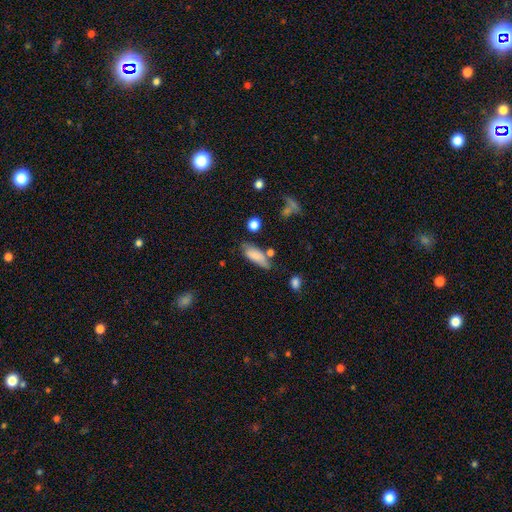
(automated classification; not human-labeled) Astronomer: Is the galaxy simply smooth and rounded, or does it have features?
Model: smooth — 80%.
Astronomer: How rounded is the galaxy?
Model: in between — 70%.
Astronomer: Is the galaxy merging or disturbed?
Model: none — 56%.